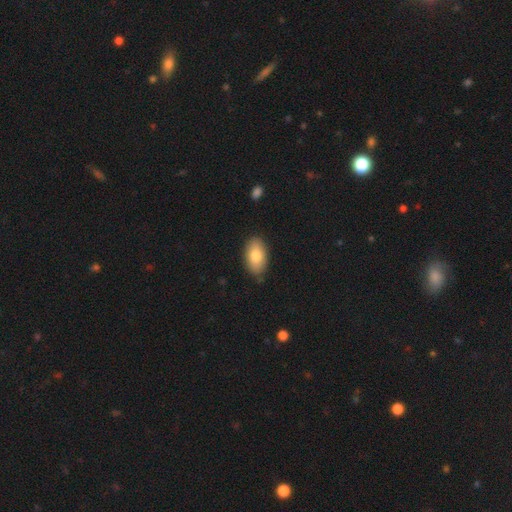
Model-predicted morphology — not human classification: Smooth or featured? smooth (80%)
How rounded? in between (93%)
Merging? none (82%)